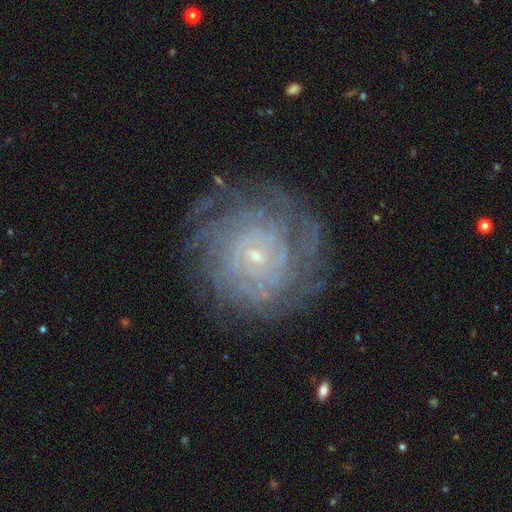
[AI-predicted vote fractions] The model was most divided on "spiral arm count": can't tell: 45%, more than 4: 16%, 4: 14%, 2: 9%, 3: 9%, 1: 7%. More confident: edge-on disk — no (97%); spiral arms — yes (92%); bulge size — small (85%); spiral winding — tight (83%); smooth or featured — featured or disk (81%); merging — none (78%); bar — no (73%).